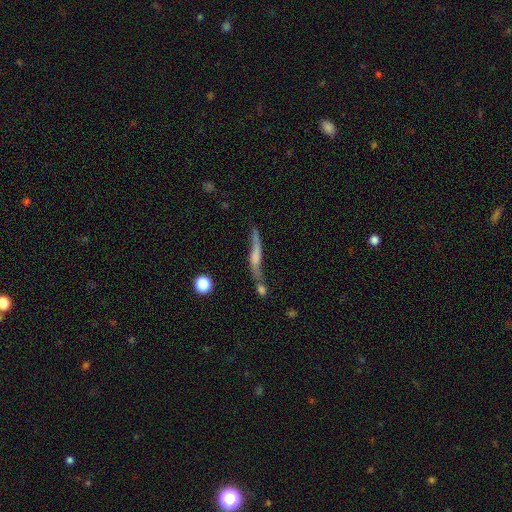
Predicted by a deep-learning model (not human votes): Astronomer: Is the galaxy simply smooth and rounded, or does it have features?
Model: featured or disk — 61%.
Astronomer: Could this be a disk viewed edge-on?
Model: yes — 76%.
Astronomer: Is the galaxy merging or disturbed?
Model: none — 51%.